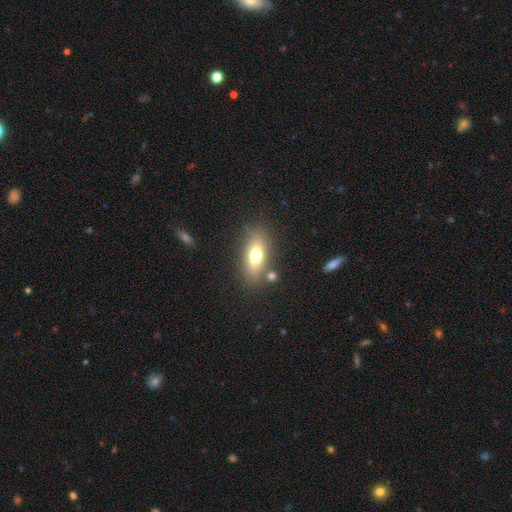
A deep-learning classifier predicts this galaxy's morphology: Smooth or featured?
  - smooth: 69% *
  - featured or disk: 22%
  - star or artifact: 9%
How rounded?
  - in between: 75% *
  - cigar-shaped: 19%
  - round: 6%
Merging?
  - none: 76% *
  - minor disturbance: 13%
  - merger: 7%
  - major disturbance: 5%